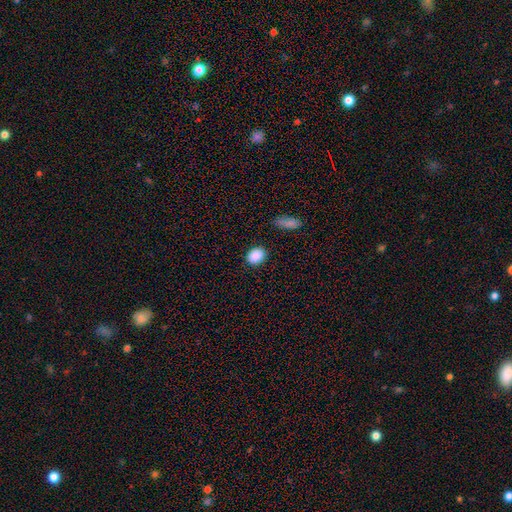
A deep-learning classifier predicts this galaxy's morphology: type=smooth (89%); roundness=in between (60%); merging=none (86%).